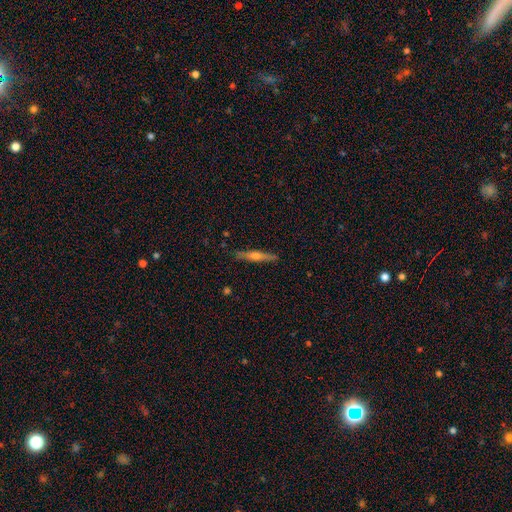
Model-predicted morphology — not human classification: The model was most divided on "smooth or featured": featured or disk: 61%, smooth: 33%, star or artifact: 6%. More confident: edge-on disk — yes (96%); merging — none (89%); edge-on bulge — rounded (86%).